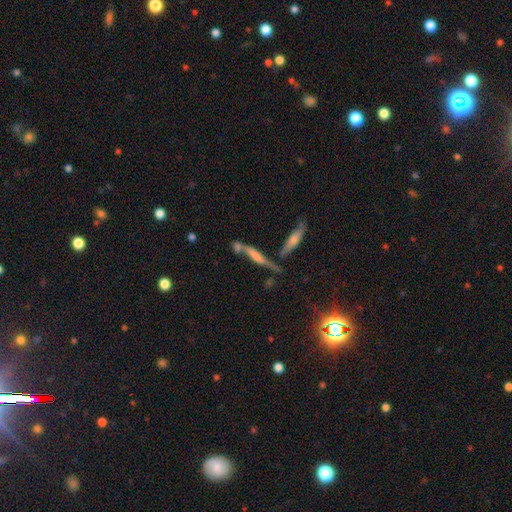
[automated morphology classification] This appears to be a smooth galaxy with no disk features (48%). Merging: none (47%).